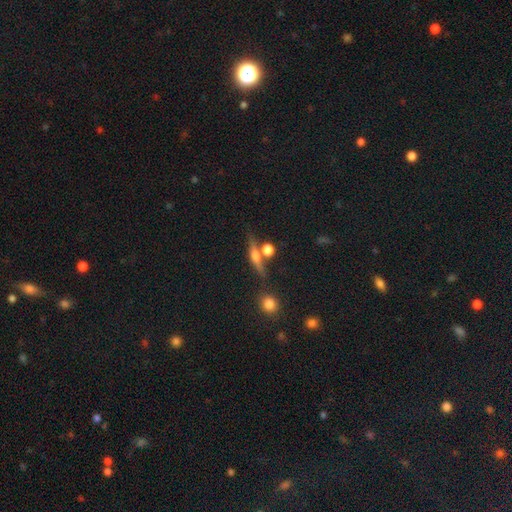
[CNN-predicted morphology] This appears to be a featured or disk galaxy (53%) viewed edge-on (92%). Merging: none (72%).